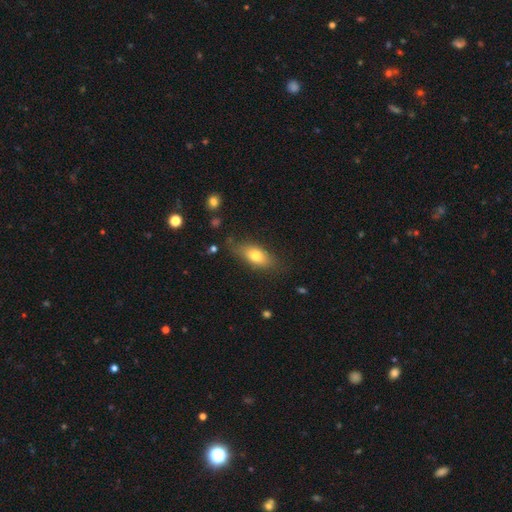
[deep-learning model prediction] Overall: smooth (74%). How rounded: in between (82%). Merging: none (70%).